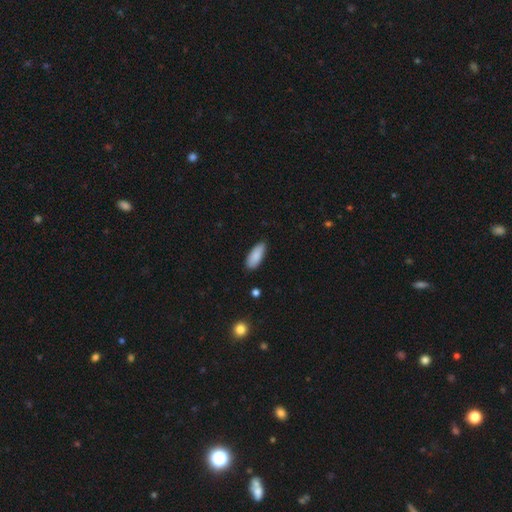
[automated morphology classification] smooth-or-featured: smooth: 88% | star or artifact: 6% | featured or disk: 5%
  how-rounded: in between: 82% | cigar-shaped: 16% | round: 2%
  merging: none: 84% | minor disturbance: 13% | major disturbance: 2% | merger: 1%